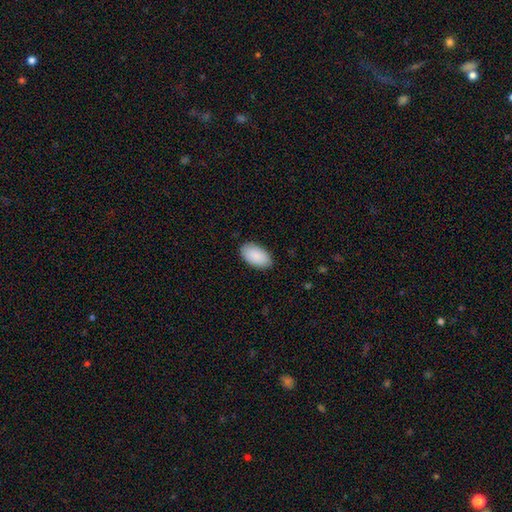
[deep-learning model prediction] smooth_or_featured: smooth (p=0.90) [alt: star or artifact p=0.05]
how_rounded: in between (p=0.96) [alt: round p=0.03]
merging: none (p=0.87) [alt: minor disturbance p=0.10]